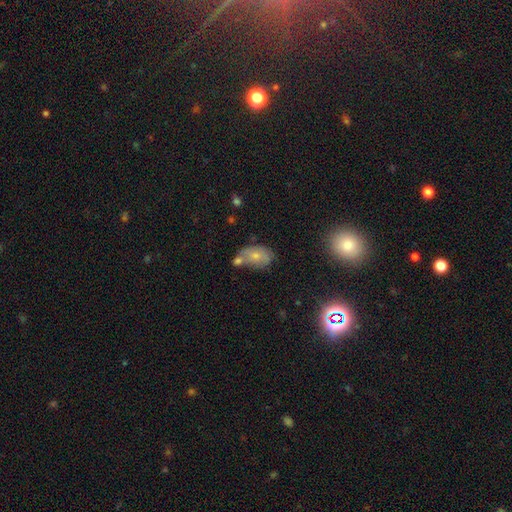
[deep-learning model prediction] smooth-or-featured: smooth: 63% | featured or disk: 27% | star or artifact: 10%
  how-rounded: in between: 84% | round: 14% | cigar-shaped: 2%
  merging: none: 40% | merger: 30% | minor disturbance: 22% | major disturbance: 8%